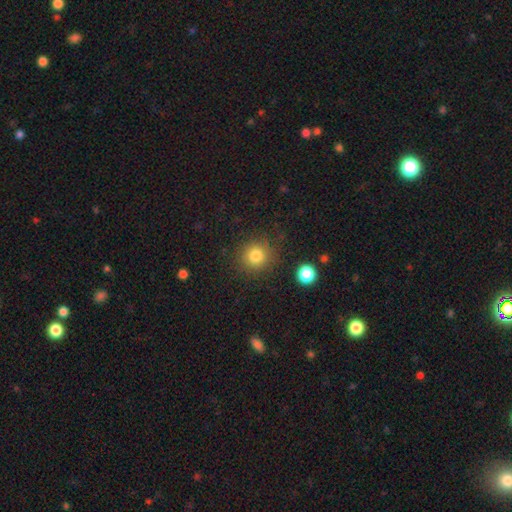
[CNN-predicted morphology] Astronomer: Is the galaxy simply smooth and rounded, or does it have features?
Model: smooth — 81%.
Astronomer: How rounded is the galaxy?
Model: round — 92%.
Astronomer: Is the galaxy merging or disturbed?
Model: none — 85%.